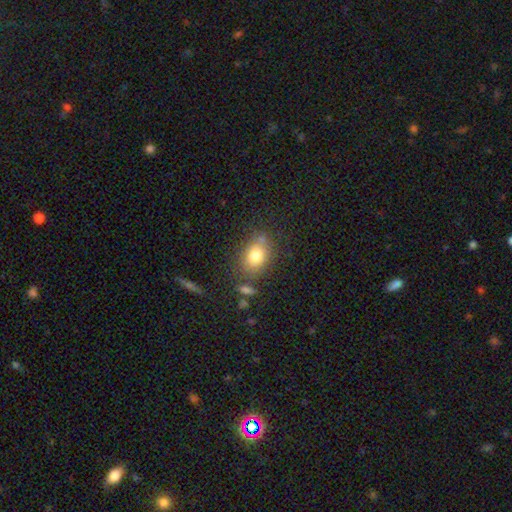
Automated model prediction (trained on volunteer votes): A smooth galaxy with no disk features (78%) that is in between round and cigar-shaped (64%).

Vote fractions:
- Smooth or featured? smooth: 78% / featured or disk: 11% / star or artifact: 10%
- How rounded? in between: 64% / round: 35% / cigar-shaped: 1%
- Merging? none: 71% / minor disturbance: 16% / merger: 8% / major disturbance: 6%